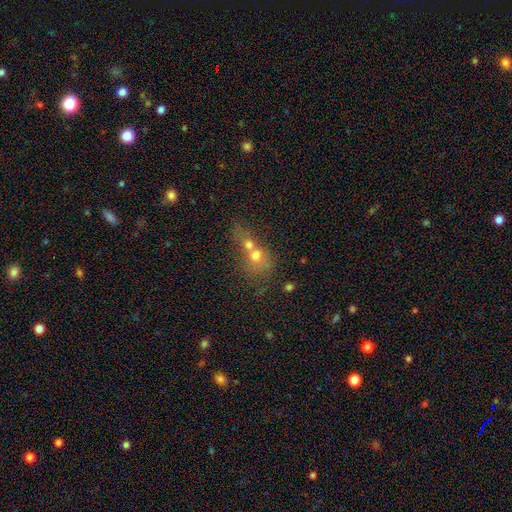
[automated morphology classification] Overall: smooth (60%; featured or disk 27%). How rounded: round (61%; in between 37%). Merging: merger (74%).